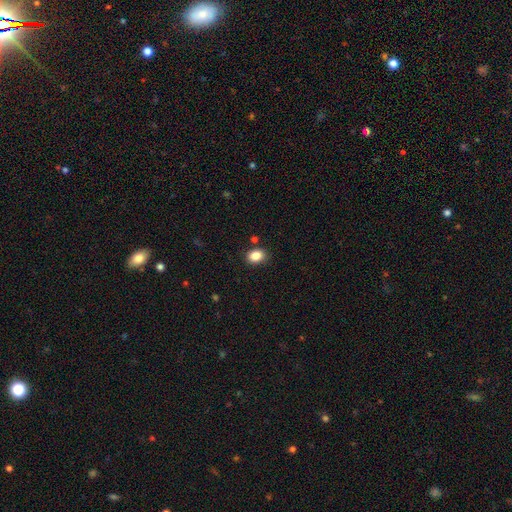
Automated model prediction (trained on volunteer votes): smooth 86%, star or artifact 10%, featured or disk 5%. Down the decision tree: how rounded — in between (61%); merging — none (85%).